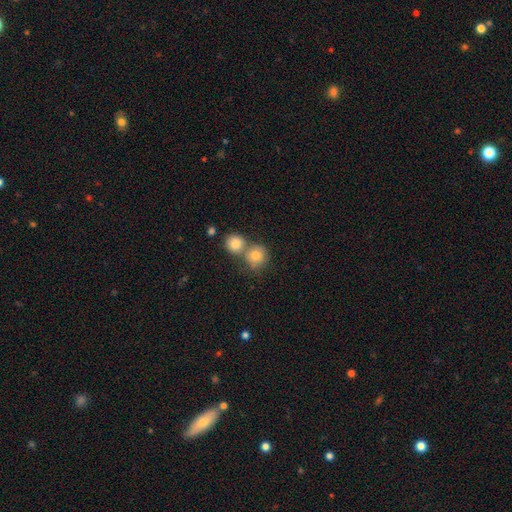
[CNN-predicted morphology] Smooth or featured?
  - smooth: 81% *
  - star or artifact: 10%
  - featured or disk: 9%
How rounded?
  - round: 88% *
  - in between: 11%
  - cigar-shaped: 1%
Merging?
  - none: 45% * (tied)
  - merger: 45% * (tied)
  - minor disturbance: 7%
  - major disturbance: 3%